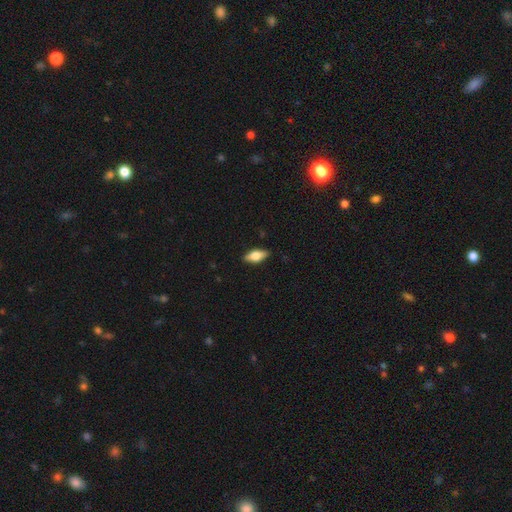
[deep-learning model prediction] Smooth or featured?
  - smooth: 60% *
  - featured or disk: 34%
  - star or artifact: 7%
How rounded?
  - in between: 79% *
  - cigar-shaped: 18%
  - round: 3%
Merging?
  - none: 87% *
  - minor disturbance: 10%
  - major disturbance: 2%
  - merger: 1%